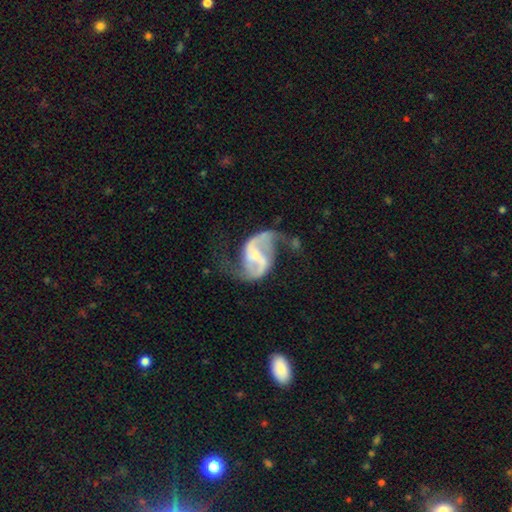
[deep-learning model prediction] smooth-or-featured: featured or disk: 91% | smooth: 4% | star or artifact: 4%
  disk-edge-on: no: 98% | yes: 2%
    bar: weak: 41% | strong: 37% | no: 22%
    has-spiral-arms: yes: 97% | no: 3%
      spiral-winding: loose: 63% | medium: 31% | tight: 6%
      spiral-arm-count: 2: 93% | can't tell: 2% | 1: 2% | 3: 1% | 4: 1% | more than 4: 1%
    bulge-size: small: 58% | moderate: 35% | none: 4% | large: 2% | dominant: 1%
  merging: none: 60% | minor disturbance: 19% | major disturbance: 17% | merger: 3%